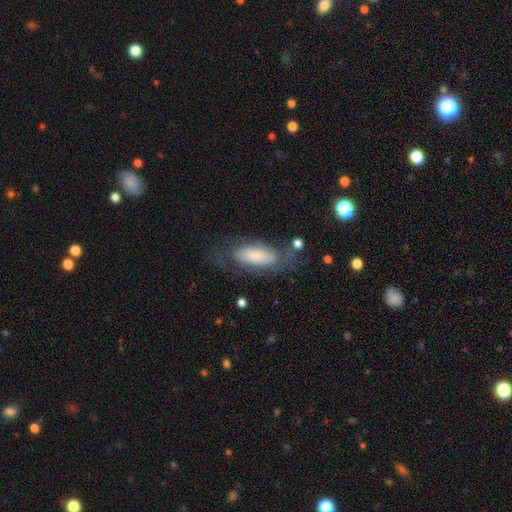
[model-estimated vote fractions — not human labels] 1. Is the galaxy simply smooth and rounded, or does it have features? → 60% smooth, 32% featured or disk, 8% star or artifact.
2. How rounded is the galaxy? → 78% in between, 19% cigar-shaped, 2% round.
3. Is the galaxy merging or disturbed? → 59% none, 22% minor disturbance, 16% major disturbance, 3% merger.